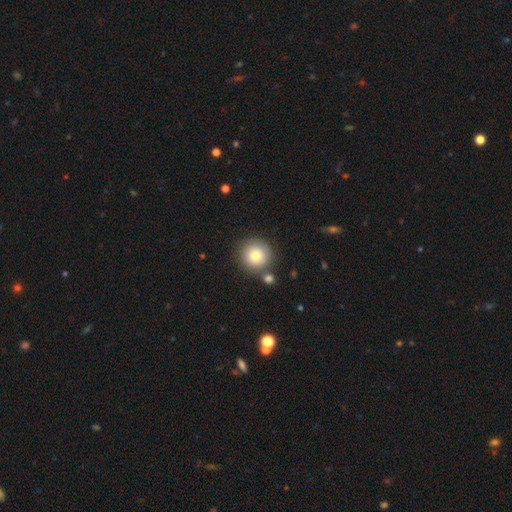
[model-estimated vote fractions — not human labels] Q: Smooth or featured?
A: smooth (79%); runner-up: featured or disk (12%)
Q: How rounded?
A: round (95%); runner-up: in between (4%)
Q: Merging?
A: none (75%); runner-up: merger (12%)